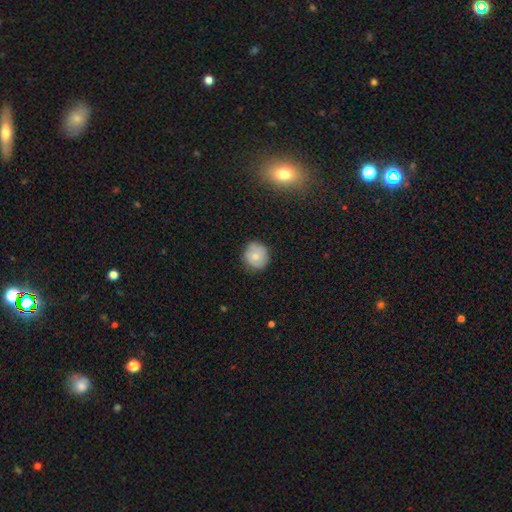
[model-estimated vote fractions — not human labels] The model was most divided on "smooth or featured": smooth: 69%, featured or disk: 22%, star or artifact: 9%. More confident: how rounded — round (88%); merging — none (81%).